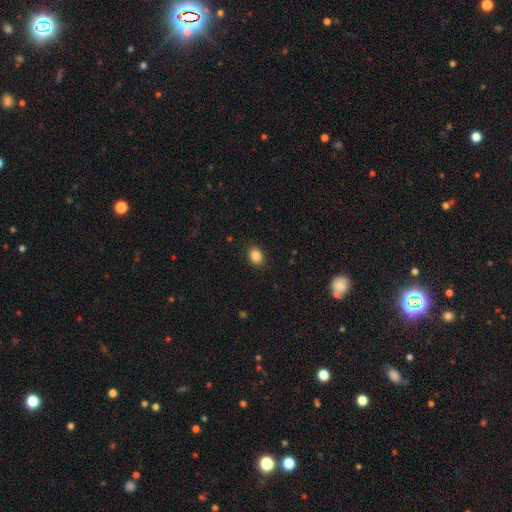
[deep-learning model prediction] Overall: smooth (87%). How rounded: in between (61%; round 38%). Merging: none (89%).